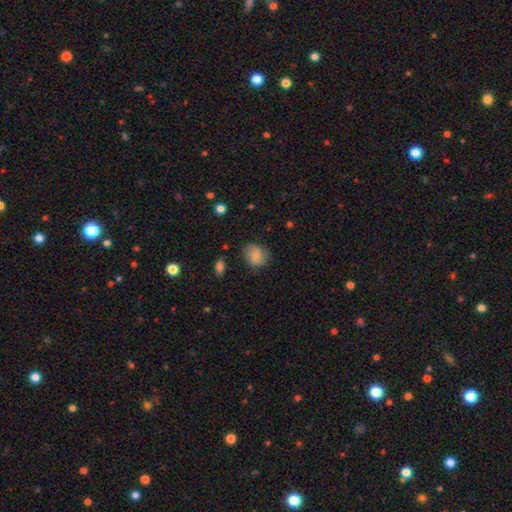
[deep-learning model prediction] This appears to be a smooth galaxy with no disk features (78%) that is round (68%). Merging: none (77%).